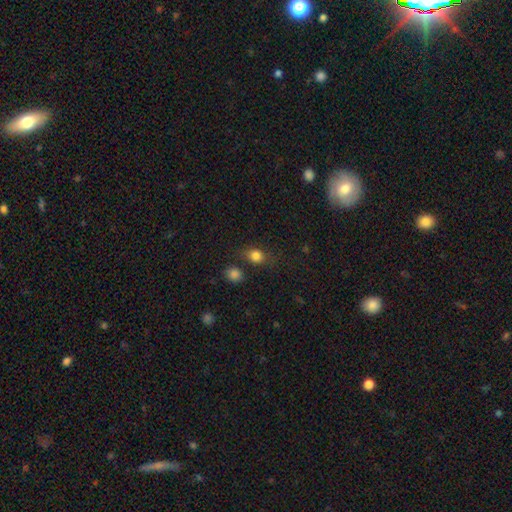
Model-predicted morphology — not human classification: Overall: smooth (81%). How rounded: round (52%; in between 46%). Merging: none (69%).